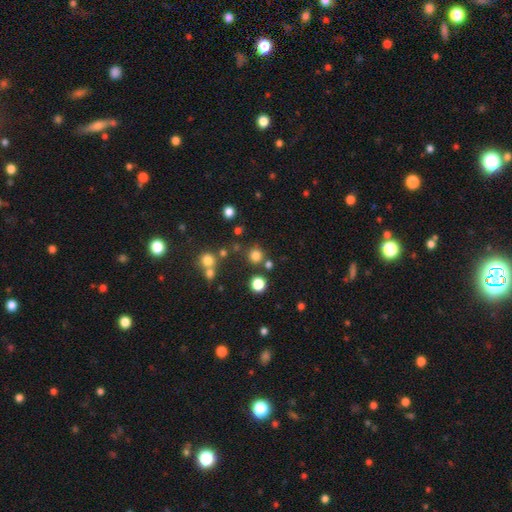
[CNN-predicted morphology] type=smooth (76%); roundness=round (93%); merging=none (79%).